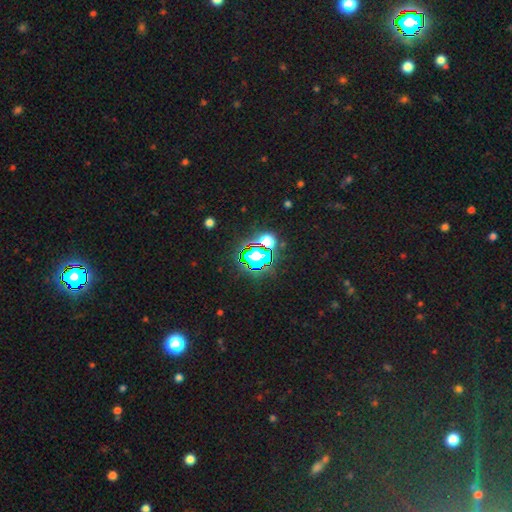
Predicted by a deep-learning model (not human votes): This appears to be a star or artifact, not a galaxy (69%).